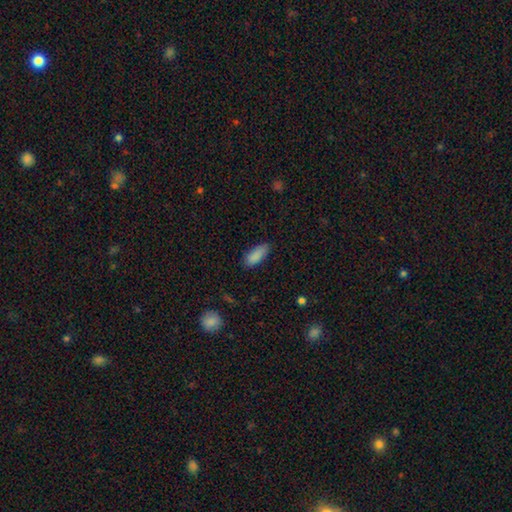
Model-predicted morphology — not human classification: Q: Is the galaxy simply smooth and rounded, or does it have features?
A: smooth — 88%.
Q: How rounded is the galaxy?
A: in between — 82%.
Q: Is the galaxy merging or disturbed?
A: none — 75%.